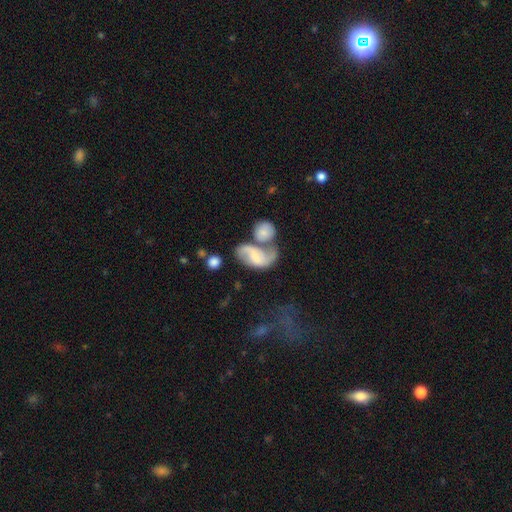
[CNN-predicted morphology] smooth_or_featured: featured or disk (p=0.70) [alt: smooth p=0.23]
disk_edge_on: no (p=0.97) [alt: yes p=0.03]
bar: weak (p=0.44) [alt: no p=0.42]
has_spiral_arms: yes (p=0.90) [alt: no p=0.10]
spiral_winding: loose (p=0.53) [alt: medium p=0.36]
spiral_arm_count: 2 (p=0.87) [alt: can't tell p=0.05]
bulge_size: small (p=0.47) [alt: moderate p=0.29]
merging: merger (p=0.45) [alt: none p=0.30]